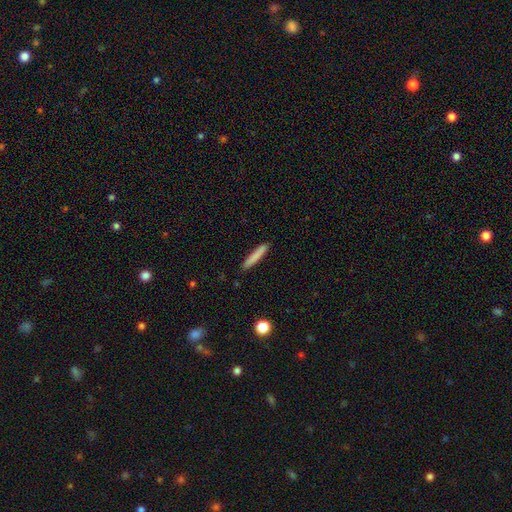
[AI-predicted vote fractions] Morphology: type=smooth (82%); roundness=cigar-shaped (94%); merging=none (90%).